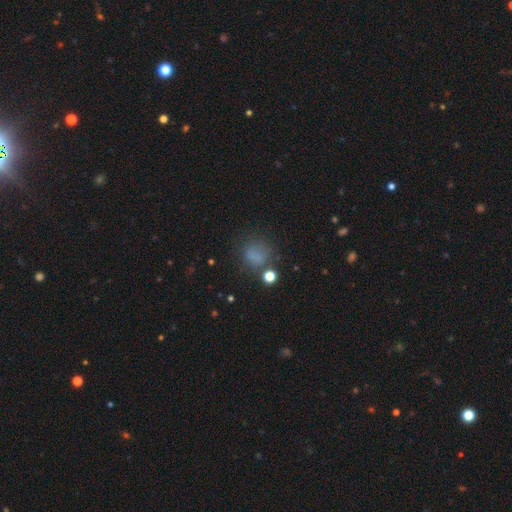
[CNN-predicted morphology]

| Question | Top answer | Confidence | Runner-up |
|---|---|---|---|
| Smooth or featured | smooth | 69% | star or artifact (21%) |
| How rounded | round | 75% | in between (23%) |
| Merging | none | 62% | minor disturbance (19%) |